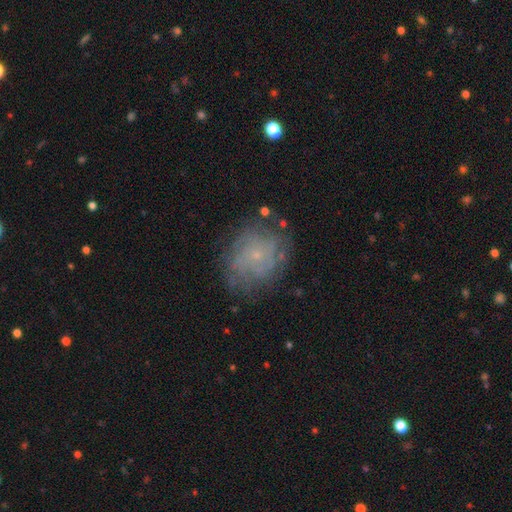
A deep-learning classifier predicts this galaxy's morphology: Smooth or featured? featured or disk (60%)
Edge-on disk? no (97%)
Bar? no (86%)
Spiral arms? yes (73%)
Bulge size? small (84%)
Merging? none (71%)